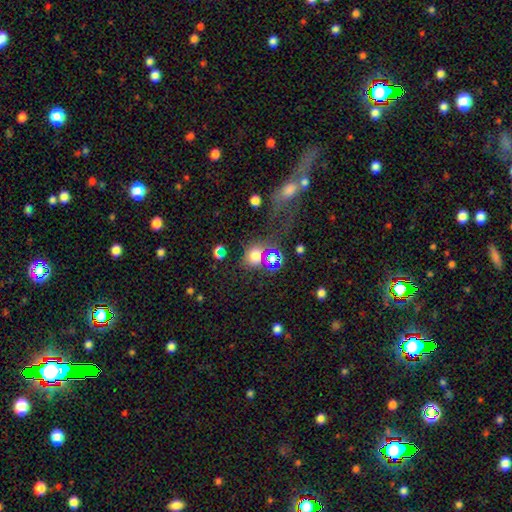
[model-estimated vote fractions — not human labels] Q: Smooth or featured?
A: smooth (62%); runner-up: star or artifact (28%)
Q: How rounded?
A: round (74%); runner-up: in between (24%)
Q: Merging?
A: none (62%); runner-up: merger (15%)